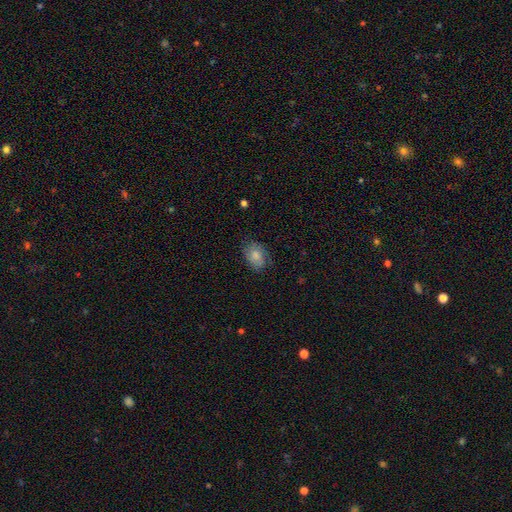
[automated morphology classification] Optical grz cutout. It shows a smooth galaxy with no disk features (79%) that is in between round and cigar-shaped (78%). Merging: none (74%).